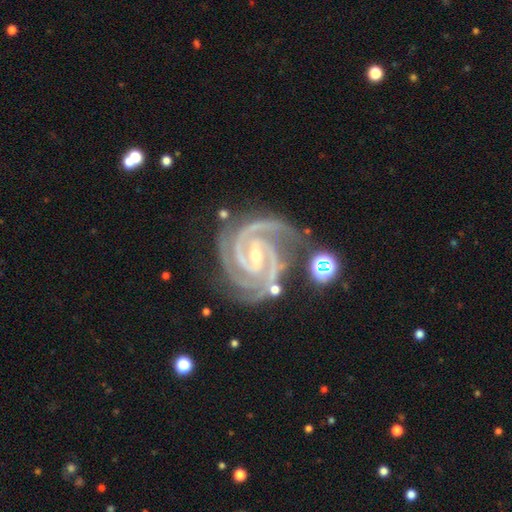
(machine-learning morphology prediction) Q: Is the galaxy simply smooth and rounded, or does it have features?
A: featured or disk — 94%.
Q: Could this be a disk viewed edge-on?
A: no — 98%.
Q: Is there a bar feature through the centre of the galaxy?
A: strong — 43%.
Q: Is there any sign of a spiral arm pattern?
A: yes — 99%.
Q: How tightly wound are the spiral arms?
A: tight — 72%.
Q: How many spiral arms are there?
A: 2 — 45%.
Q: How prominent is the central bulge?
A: small — 65%.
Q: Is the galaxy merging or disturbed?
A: none — 72%.